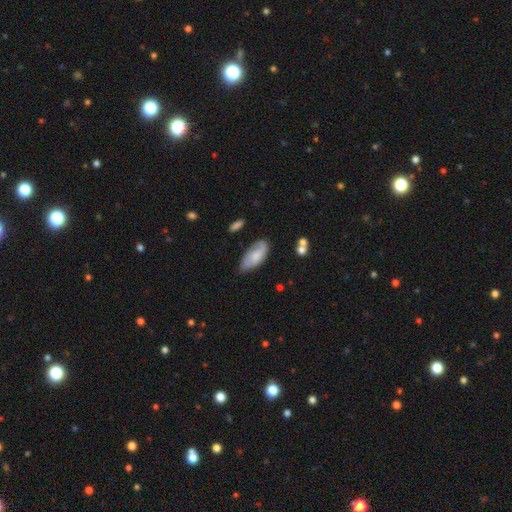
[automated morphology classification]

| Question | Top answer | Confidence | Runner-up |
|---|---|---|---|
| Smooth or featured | smooth | 57% | featured or disk (36%) |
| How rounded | in between | 90% | cigar-shaped (7%) |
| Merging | none | 55% | minor disturbance (32%) |